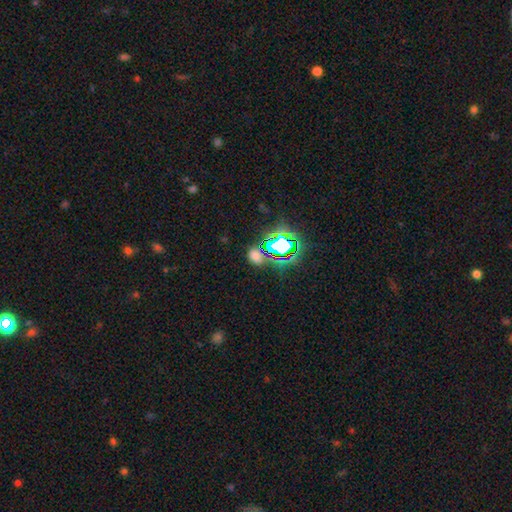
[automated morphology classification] Smooth or featured? Predicted: smooth (p=0.49). Merging? Predicted: none (p=0.71).